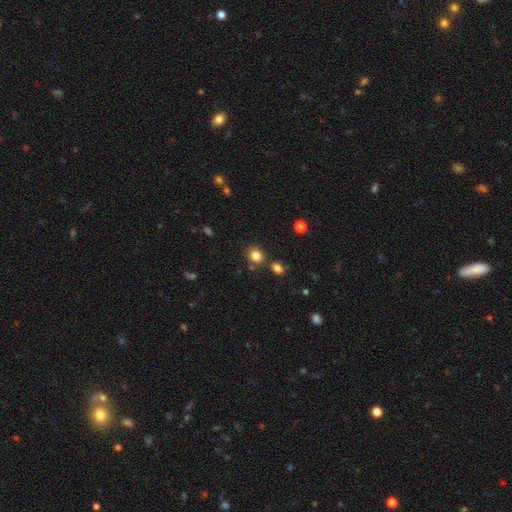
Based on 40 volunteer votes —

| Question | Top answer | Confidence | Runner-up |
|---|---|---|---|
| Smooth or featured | smooth | 88% | featured or disk (8%) |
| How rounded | round | 74% | in between (26%) |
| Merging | none | 79% | merger (16%) |